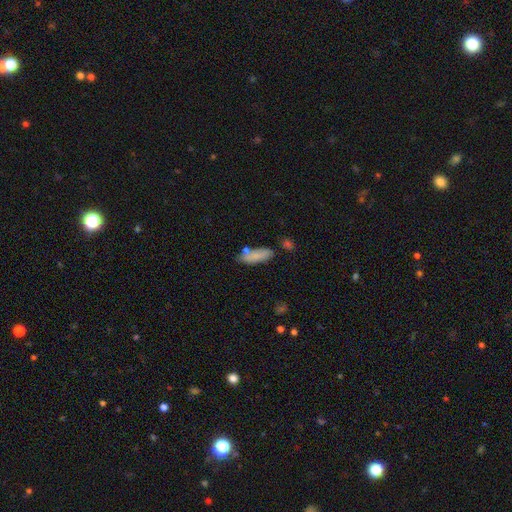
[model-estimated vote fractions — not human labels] A smooth galaxy with no disk features (80%) that is in between round and cigar-shaped (65%). Merging: none (64%).